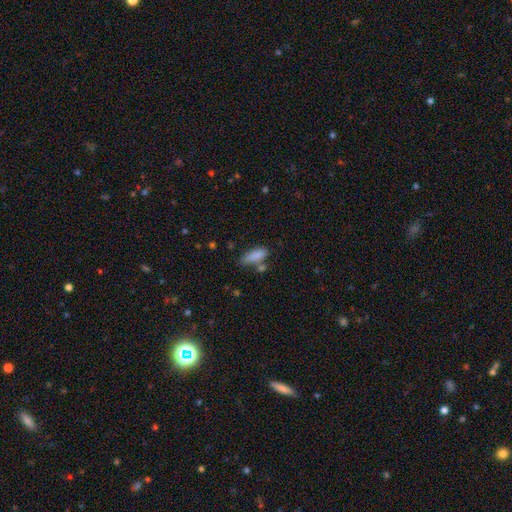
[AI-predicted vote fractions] Smooth or featured?
  - smooth: 85% *
  - star or artifact: 8%
  - featured or disk: 7%
How rounded?
  - in between: 58% *
  - cigar-shaped: 40%
  - round: 2%
Merging?
  - none: 62% *
  - minor disturbance: 22%
  - merger: 11%
  - major disturbance: 6%